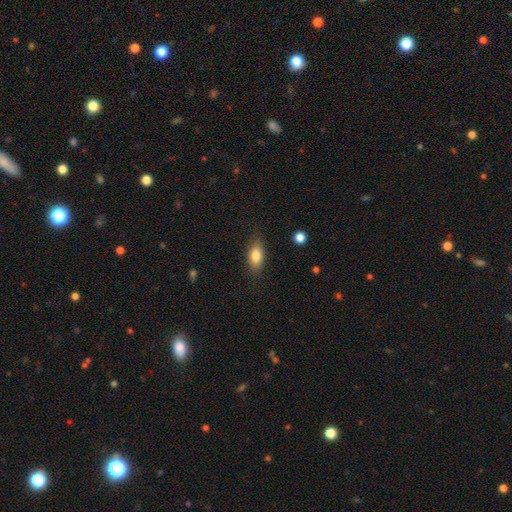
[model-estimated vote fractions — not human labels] This appears to be a smooth galaxy with no disk features (80%) that is in between round and cigar-shaped (83%). Merging: none (82%).